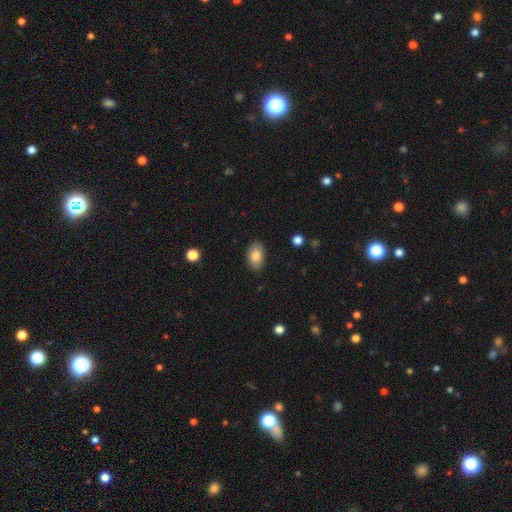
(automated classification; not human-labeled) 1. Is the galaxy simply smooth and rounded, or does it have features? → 83% smooth, 10% featured or disk, 7% star or artifact.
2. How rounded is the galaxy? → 91% in between, 7% round, 1% cigar-shaped.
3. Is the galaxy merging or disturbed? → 86% none, 11% minor disturbance, 2% major disturbance, 1% merger.